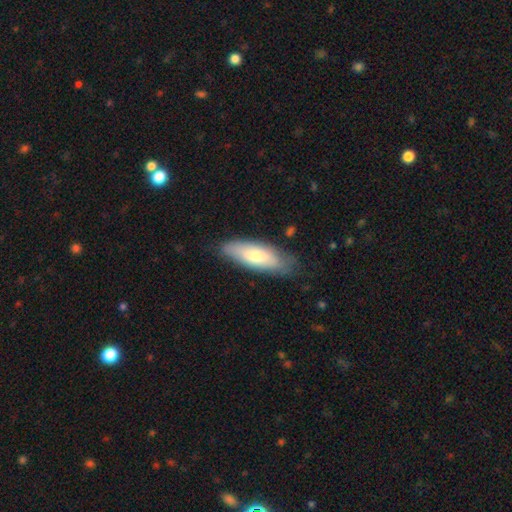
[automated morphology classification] A smooth galaxy with no disk features (68%) that is in between round and cigar-shaped (64%). Merging: none (74%).